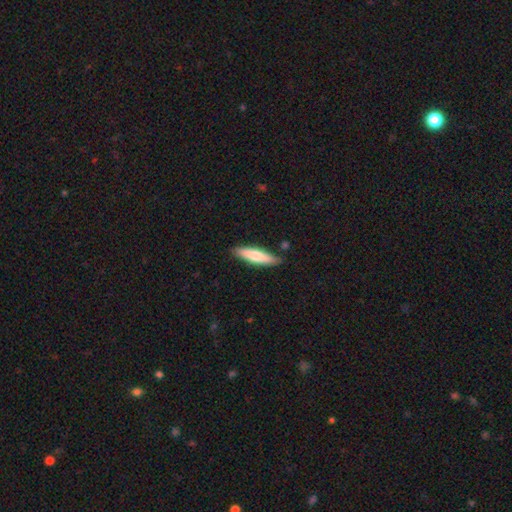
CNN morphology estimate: Smooth or featured: smooth — 73% (featured or disk — 22%)
How rounded: cigar-shaped — 75% (in between — 24%)
Merging: none — 84% (minor disturbance — 12%)